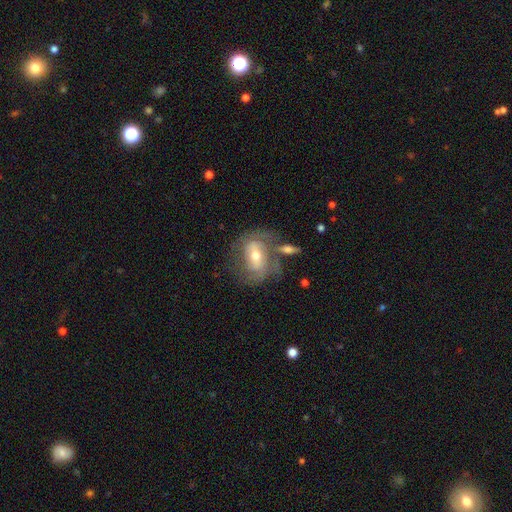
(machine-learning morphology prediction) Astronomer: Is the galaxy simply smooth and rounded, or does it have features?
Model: featured or disk — 72%.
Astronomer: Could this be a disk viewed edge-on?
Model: no — 94%.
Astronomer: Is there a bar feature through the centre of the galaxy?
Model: weak — 41% (runner-up: no, 34%).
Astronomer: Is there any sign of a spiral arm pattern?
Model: yes — 80%.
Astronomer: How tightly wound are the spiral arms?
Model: tight — 44% (runner-up: medium, 39%).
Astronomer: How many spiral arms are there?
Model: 2 — 50% (runner-up: can't tell, 31%).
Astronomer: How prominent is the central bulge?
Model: moderate — 63%.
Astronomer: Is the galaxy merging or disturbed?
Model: none — 48%.